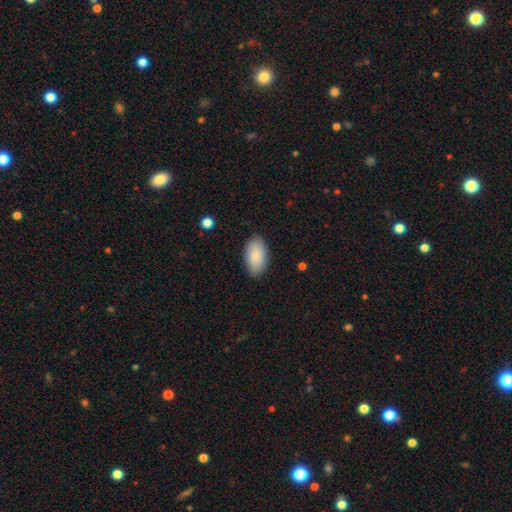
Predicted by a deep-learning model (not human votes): Smooth or featured? Predicted: smooth (p=0.87). How rounded? Predicted: in between (p=0.95). Merging? Predicted: none (p=0.87).